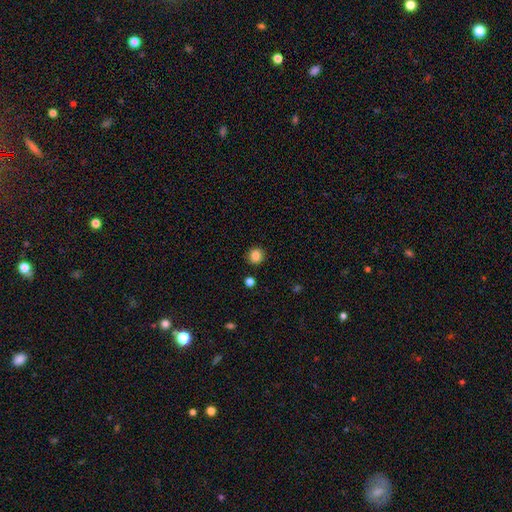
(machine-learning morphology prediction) Smooth or featured: smooth — 85% (star or artifact — 11%)
How rounded: round — 93% (in between — 6%)
Merging: none — 91% (minor disturbance — 5%)